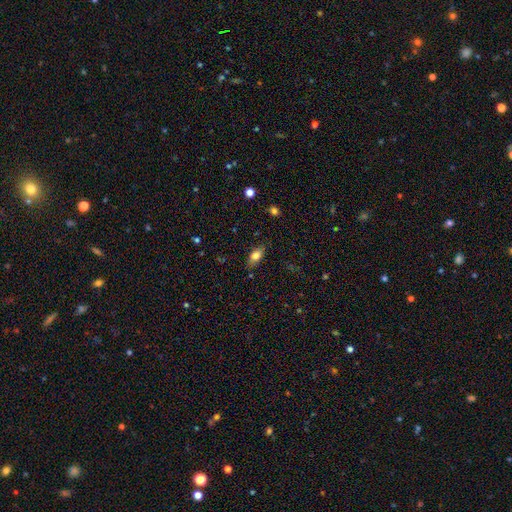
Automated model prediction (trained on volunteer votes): Smooth or featured: smooth — 80% (featured or disk — 12%)
How rounded: in between — 86% (round — 8%)
Merging: none — 80% (minor disturbance — 15%)